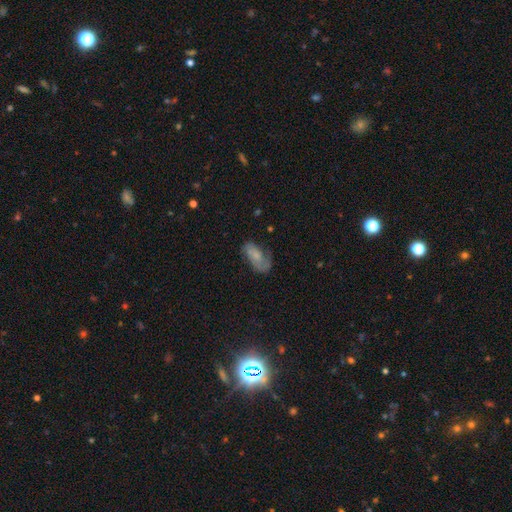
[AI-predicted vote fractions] smooth_or_featured: featured or disk (p=0.53) [alt: smooth p=0.38]
disk_edge_on: no (p=0.94) [alt: yes p=0.06]
merging: none (p=0.60) [alt: minor disturbance p=0.24]